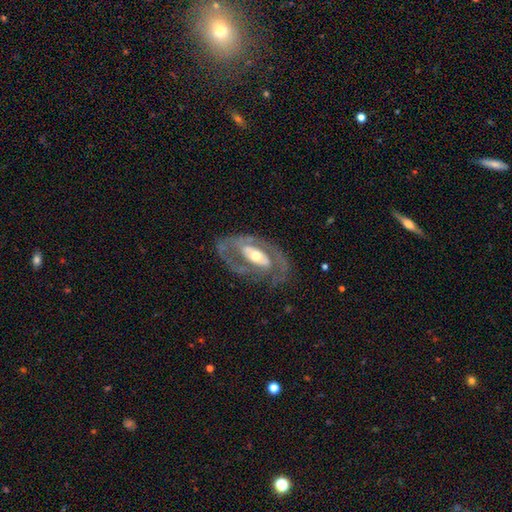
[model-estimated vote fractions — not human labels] A featured or disk galaxy (80%) with no bar (46%), 2 (70%) medium (43%) spiral arms (72%) and a moderate central bulge (63%).

Vote fractions:
- Smooth or featured? featured or disk: 80% / smooth: 15% / star or artifact: 5%
- Edge-on disk? no: 93% / yes: 7%
- Bar? no: 46% / weak: 28% / strong: 26%
- Spiral arms? yes: 72% / no: 28%
- Spiral winding? medium: 43% / tight: 40% / loose: 18%
- Spiral arm count? 2: 70% / can't tell: 15% / 1: 9% / 3: 3% / 4: 1% / more than 4: 1%
- Bulge size? moderate: 63% / small: 23% / large: 12% / dominant: 1% / none: 1%
- Merging? none: 67% / minor disturbance: 17% / major disturbance: 14% / merger: 2%